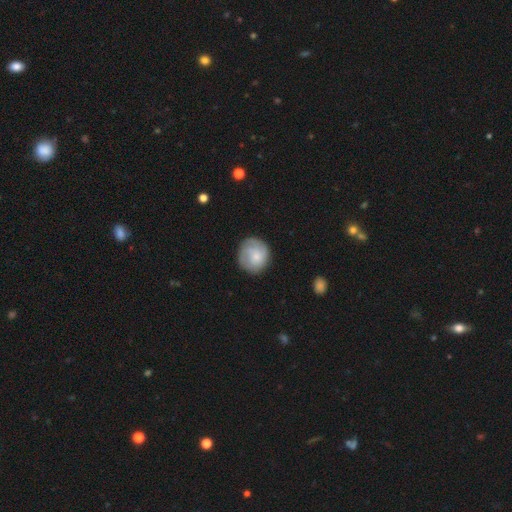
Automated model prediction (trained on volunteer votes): Smooth or featured? Predicted: smooth (p=0.59). How rounded? Predicted: round (p=0.86). Merging? Predicted: none (p=0.76).